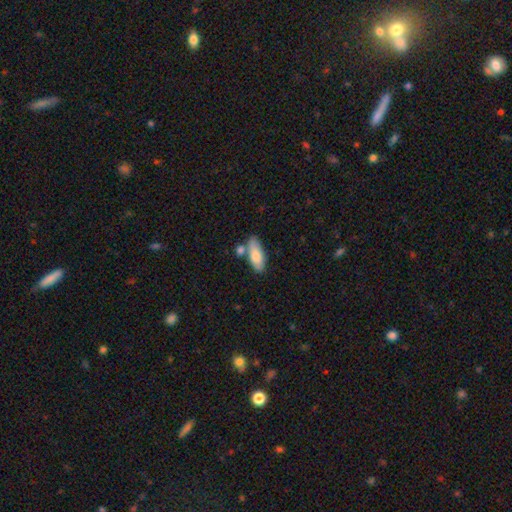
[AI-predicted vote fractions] Q: Smooth or featured?
A: smooth (81%); runner-up: featured or disk (13%)
Q: How rounded?
A: in between (76%); runner-up: cigar-shaped (22%)
Q: Merging?
A: none (62%); runner-up: merger (20%)